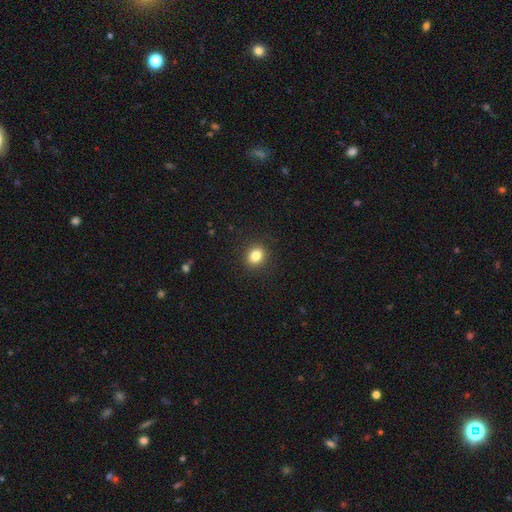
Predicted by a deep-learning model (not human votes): A smooth galaxy with no disk features (83%) that is round (68%). Merging: none (90%).